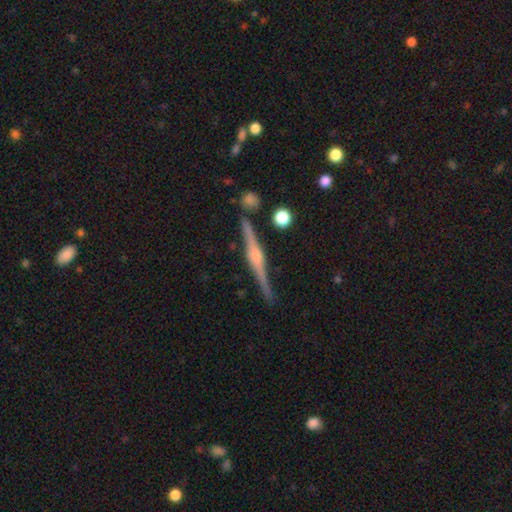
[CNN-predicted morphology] Smooth or featured? Predicted: featured or disk (p=0.84). Edge-on disk? Predicted: yes (p=0.98). Edge-on bulge? Predicted: rounded (p=0.81). Merging? Predicted: none (p=0.87).